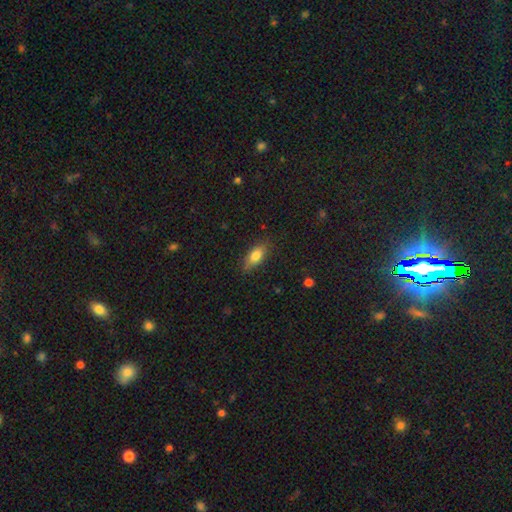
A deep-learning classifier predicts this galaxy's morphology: Smooth or featured: smooth — 79% (featured or disk — 13%)
How rounded: in between — 82% (cigar-shaped — 14%)
Merging: none — 81% (minor disturbance — 14%)